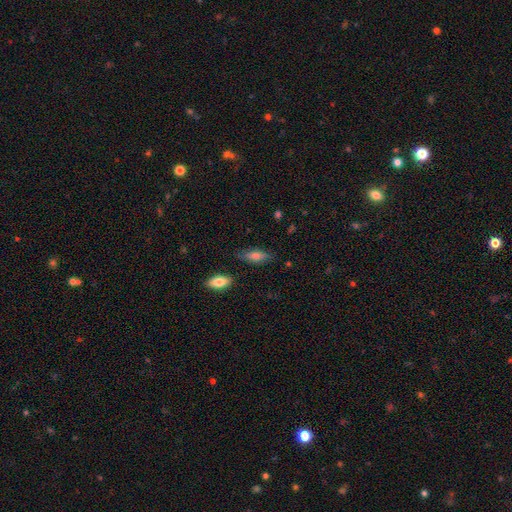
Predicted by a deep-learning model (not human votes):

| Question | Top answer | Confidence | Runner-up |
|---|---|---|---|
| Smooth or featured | smooth | 73% | featured or disk (19%) |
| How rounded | in between | 66% | cigar-shaped (32%) |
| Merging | none | 78% | minor disturbance (16%) |